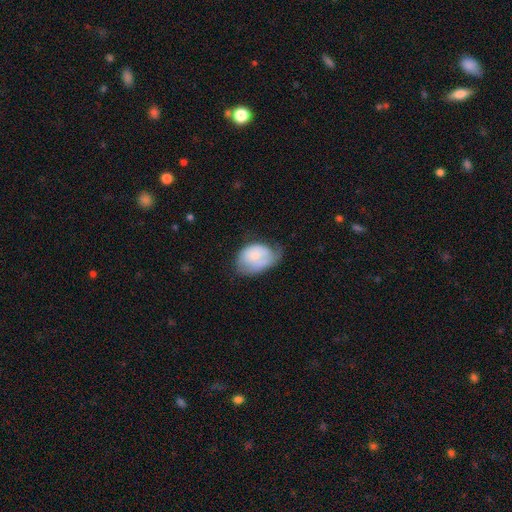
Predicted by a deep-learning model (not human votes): Smooth or featured? Predicted: smooth (p=0.60). How rounded? Predicted: in between (p=0.76). Merging? Predicted: minor disturbance (p=0.40).